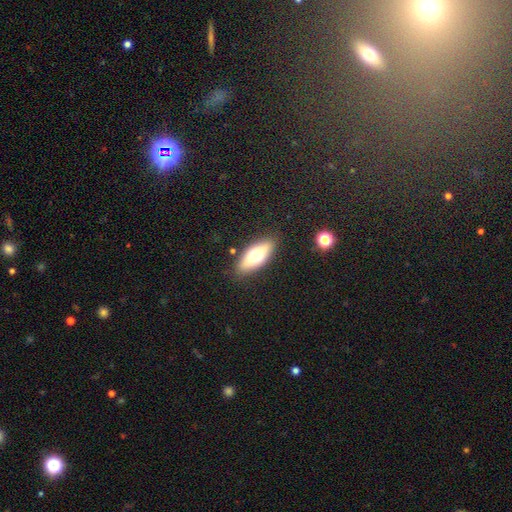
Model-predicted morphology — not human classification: smooth-or-featured: smooth: 64% | featured or disk: 30% | star or artifact: 7%
  how-rounded: in between: 71% | cigar-shaped: 26% | round: 3%
  merging: none: 85% | minor disturbance: 10% | major disturbance: 2% | merger: 2%